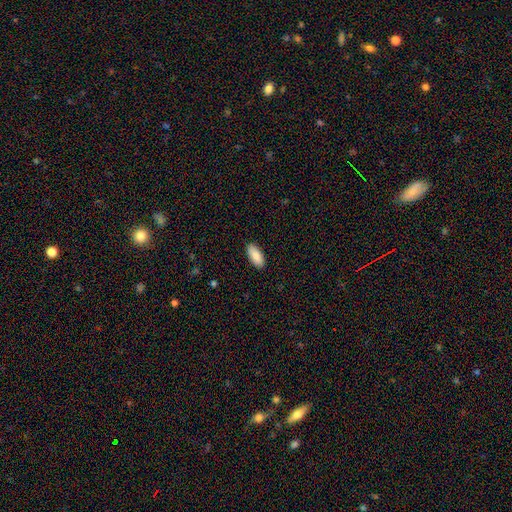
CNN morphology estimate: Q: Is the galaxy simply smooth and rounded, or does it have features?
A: smooth — 89%.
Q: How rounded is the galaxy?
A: in between — 87%.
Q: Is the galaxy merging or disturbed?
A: none — 90%.